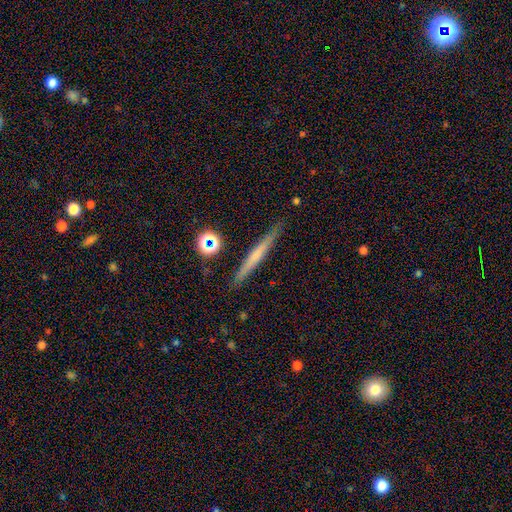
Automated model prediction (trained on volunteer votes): The model was most divided on "smooth or featured": featured or disk: 46%, smooth: 45%, star or artifact: 9%. More confident: merging — none (88%).